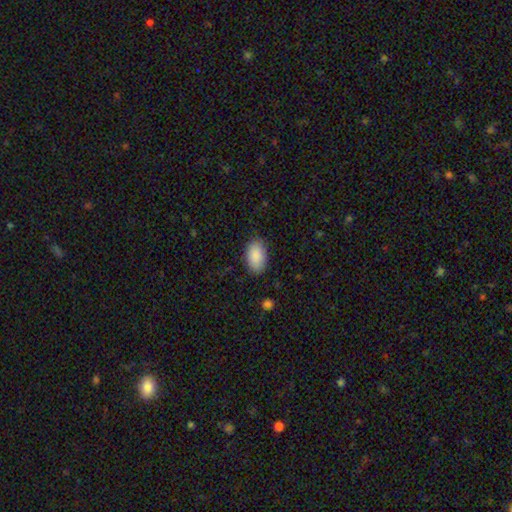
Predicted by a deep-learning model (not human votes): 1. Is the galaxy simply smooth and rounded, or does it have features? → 90% smooth, 6% star or artifact, 4% featured or disk.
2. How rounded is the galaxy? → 94% in between, 5% round, 1% cigar-shaped.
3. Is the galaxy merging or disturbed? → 84% none, 12% minor disturbance, 3% major disturbance, 1% merger.